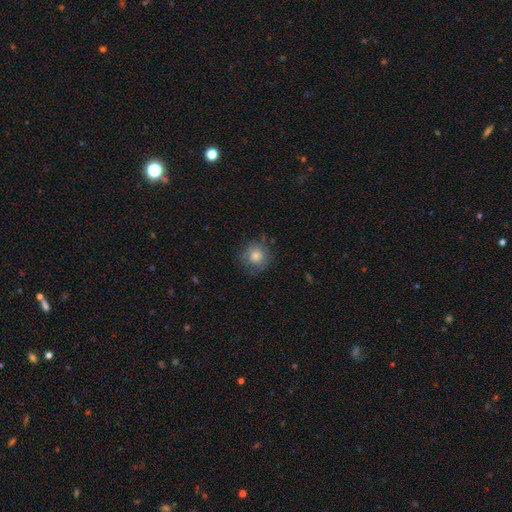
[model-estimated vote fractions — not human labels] Q: Smooth or featured?
A: smooth (78%); runner-up: featured or disk (12%)
Q: How rounded?
A: round (90%); runner-up: in between (9%)
Q: Merging?
A: none (77%); runner-up: minor disturbance (16%)